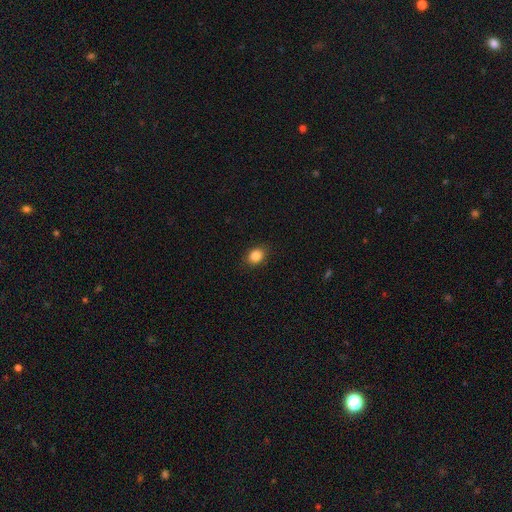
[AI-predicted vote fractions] smooth-or-featured: smooth: 86% | star or artifact: 10% | featured or disk: 4%
  how-rounded: in between: 51% | round: 48% | cigar-shaped: 1%
  merging: none: 86% | minor disturbance: 10% | major disturbance: 3% | merger: 1%